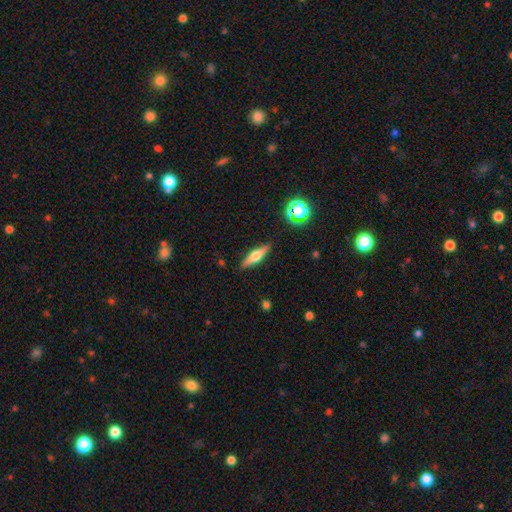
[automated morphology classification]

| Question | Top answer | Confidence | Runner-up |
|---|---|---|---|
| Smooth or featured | featured or disk | 51% | smooth (40%) |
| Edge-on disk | yes | 94% | no (6%) |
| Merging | none | 88% | minor disturbance (8%) |